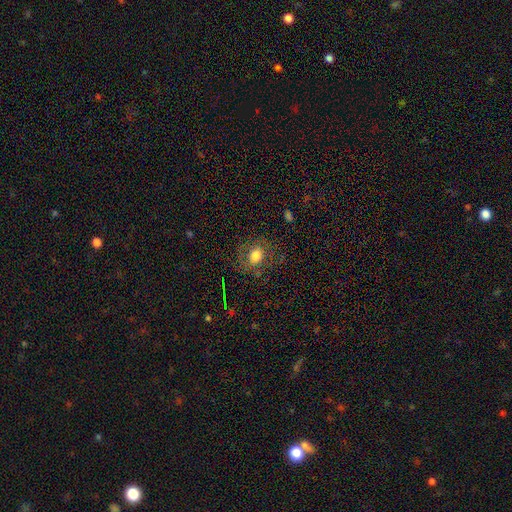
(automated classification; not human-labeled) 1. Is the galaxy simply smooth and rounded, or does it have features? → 65% smooth, 22% featured or disk, 13% star or artifact.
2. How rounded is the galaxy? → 69% round, 30% in between, 1% cigar-shaped.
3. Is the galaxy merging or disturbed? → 75% none, 15% minor disturbance, 9% major disturbance, 1% merger.